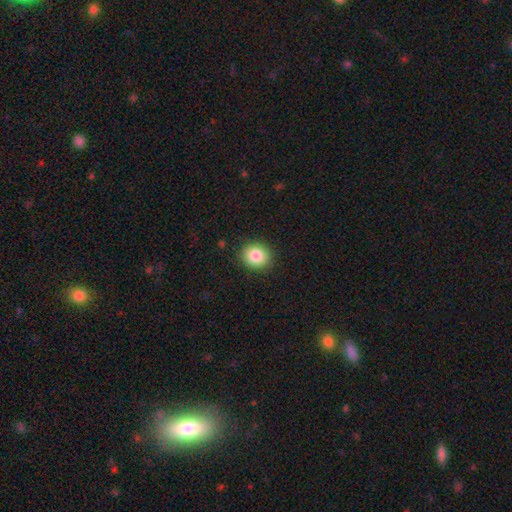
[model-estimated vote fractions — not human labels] A smooth galaxy with no disk features (85%) that is round (74%).

Vote fractions:
- Smooth or featured? smooth: 85% / star or artifact: 9% / featured or disk: 6%
- How rounded? round: 74% / in between: 25% / cigar-shaped: 1%
- Merging? none: 90% / minor disturbance: 7% / major disturbance: 2% / merger: 1%